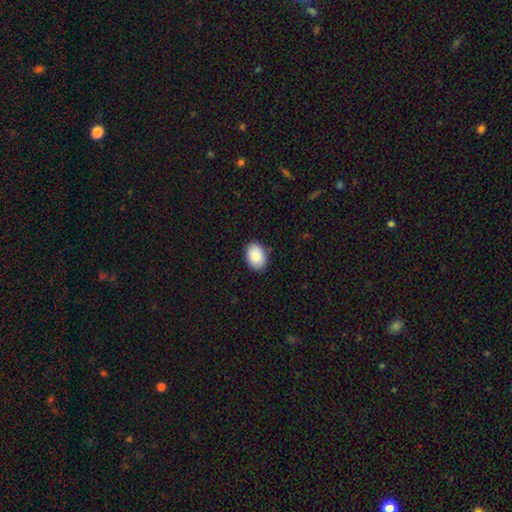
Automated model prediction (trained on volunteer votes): smooth-or-featured: smooth: 89% | star or artifact: 6% | featured or disk: 4%
  how-rounded: in between: 82% | round: 17% | cigar-shaped: 1%
  merging: none: 87% | minor disturbance: 10% | major disturbance: 2% | merger: 1%